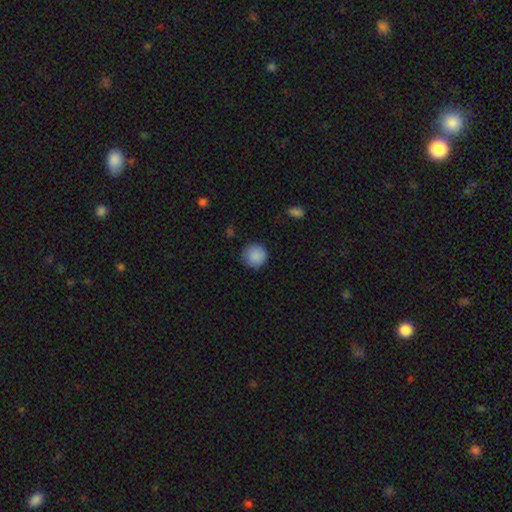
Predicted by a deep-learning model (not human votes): smooth_or_featured: smooth (p=0.89) [alt: star or artifact p=0.08]
how_rounded: round (p=0.94) [alt: in between p=0.05]
merging: none (p=0.86) [alt: minor disturbance p=0.10]